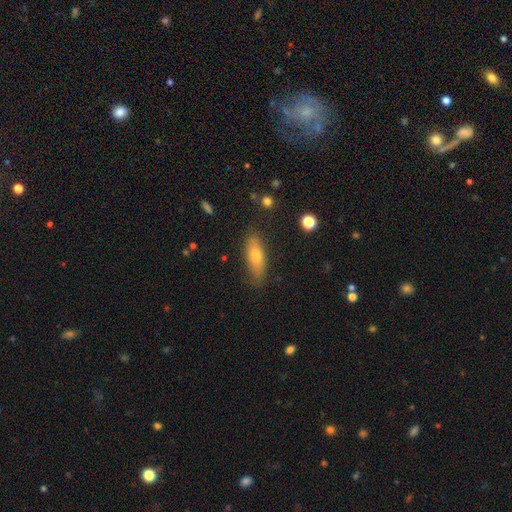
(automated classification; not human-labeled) Smooth or featured? Predicted: smooth (p=0.67). How rounded? Predicted: in between (p=0.56). Merging? Predicted: none (p=0.83).